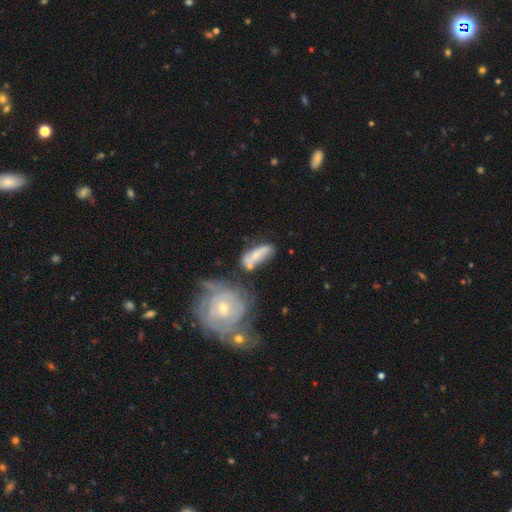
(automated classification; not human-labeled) Morphology: type=featured or disk (51%); edge-on=no (80%); merging=none (42%).